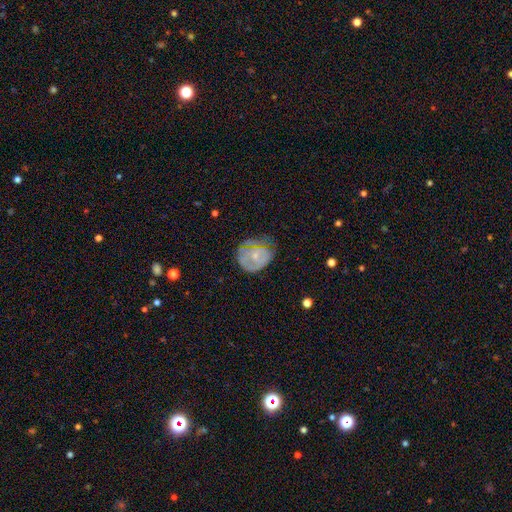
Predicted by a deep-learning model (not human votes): This is possibly a featured or disk galaxy (55%). It is clearly not viewed edge-on (97%). Bar: clearly no (80%). Spiral arm pattern: possibly yes (58%). Central bulge: likely small (65%). Merging: possibly none (47%).